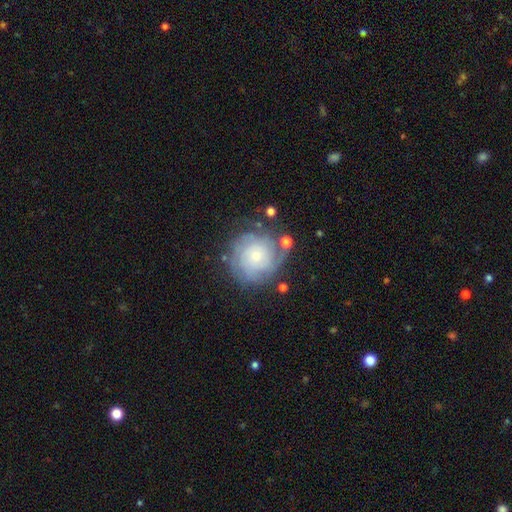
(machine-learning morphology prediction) Overall: featured or disk (72%). Edge-on disk: no (98%). Bar: no (81%). Spiral arms: yes (92%). Spiral arm count: can't tell (43%; 3 17%). Spiral winding: tight (74%). Bulge size: small (65%; moderate 28%). Merging: none (71%).